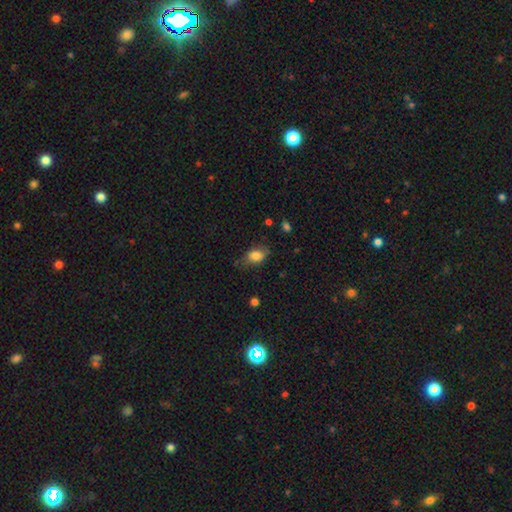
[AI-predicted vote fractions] Smooth or featured?
  - smooth: 81% *
  - featured or disk: 10%
  - star or artifact: 9%
How rounded?
  - in between: 82% *
  - round: 15%
  - cigar-shaped: 3%
Merging?
  - none: 63% *
  - minor disturbance: 27%
  - major disturbance: 9%
  - merger: 2%